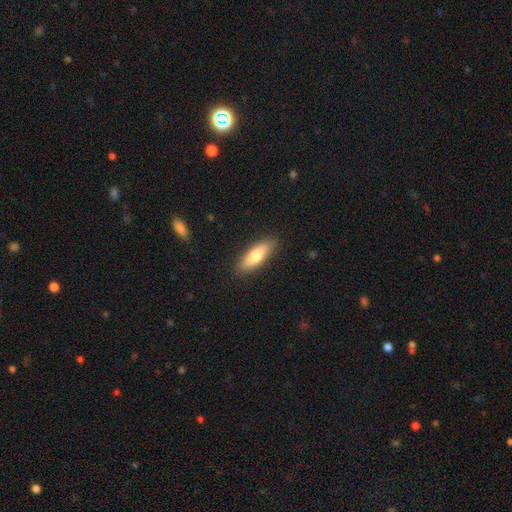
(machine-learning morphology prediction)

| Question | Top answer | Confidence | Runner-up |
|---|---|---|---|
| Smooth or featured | smooth | 74% | featured or disk (20%) |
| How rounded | in between | 57% | cigar-shaped (41%) |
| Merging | none | 88% | minor disturbance (9%) |